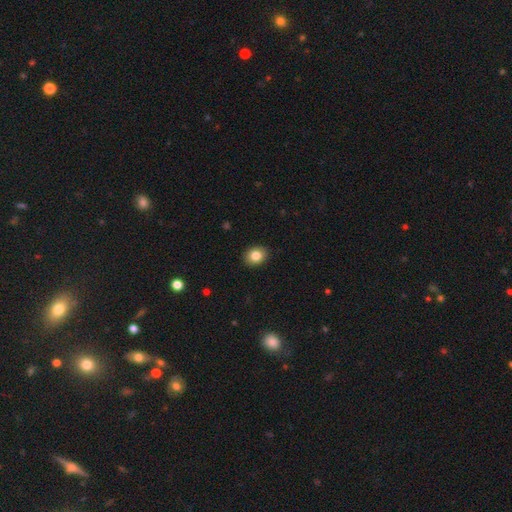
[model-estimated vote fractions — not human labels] Smooth or featured? smooth (83%)
How rounded? in between (52%)
Merging? none (90%)